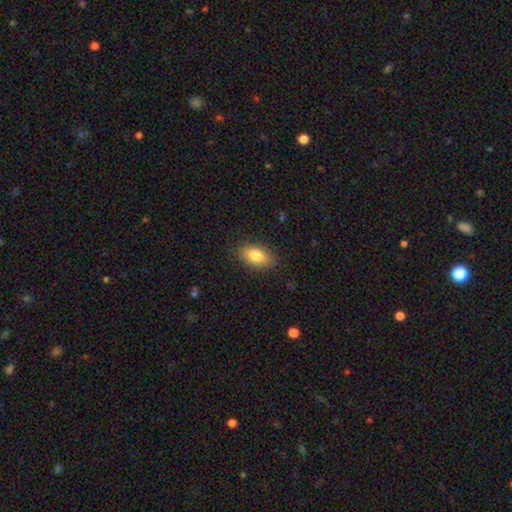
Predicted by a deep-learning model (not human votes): smooth-or-featured: smooth: 82% | featured or disk: 11% | star or artifact: 7%
  how-rounded: in between: 89% | round: 6% | cigar-shaped: 5%
  merging: none: 85% | minor disturbance: 11% | major disturbance: 3% | merger: 1%